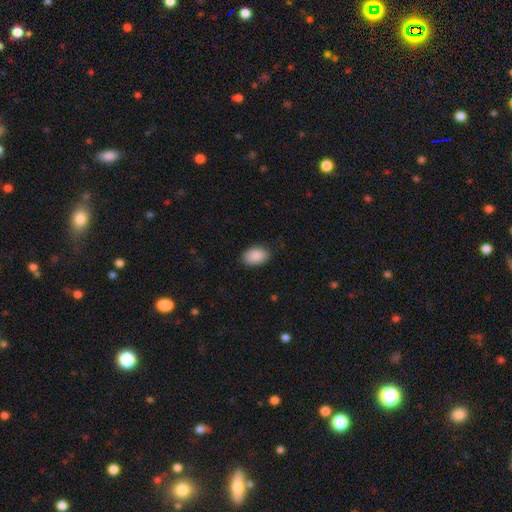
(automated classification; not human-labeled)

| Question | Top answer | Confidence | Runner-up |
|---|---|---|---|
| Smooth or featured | smooth | 91% | star or artifact (6%) |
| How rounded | in between | 90% | round (9%) |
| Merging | none | 87% | minor disturbance (10%) |